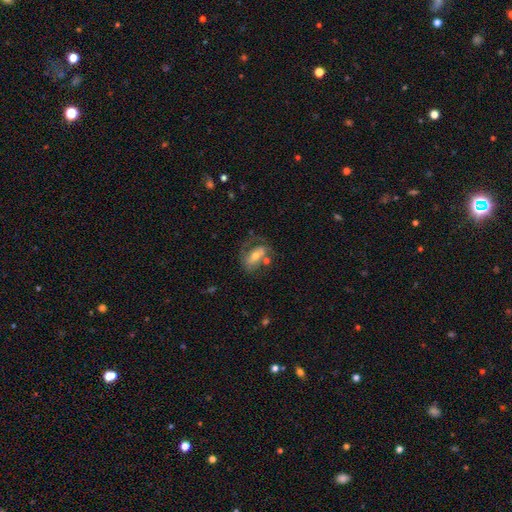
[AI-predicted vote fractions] smooth-or-featured: featured or disk: 58% | smooth: 34% | star or artifact: 8%
  disk-edge-on: no: 91% | yes: 9%
    bar: no: 38% | strong: 31% | weak: 31%
    has-spiral-arms: yes: 60% | no: 40%
    bulge-size: moderate: 64% | small: 26% | large: 7% | none: 2% | dominant: 1%
  merging: none: 44% | major disturbance: 22% | minor disturbance: 20% | merger: 14%